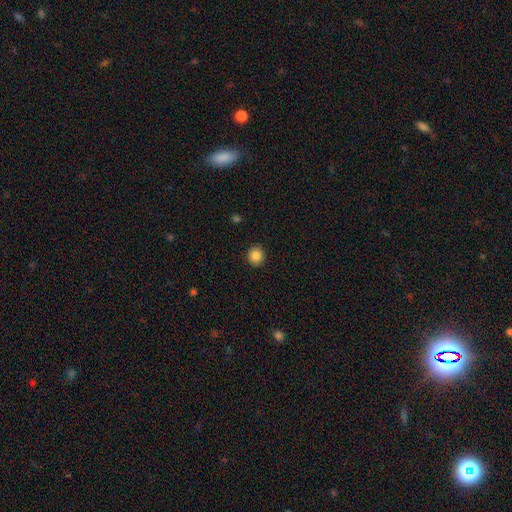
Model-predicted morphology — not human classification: Smooth or featured? Predicted: smooth (p=0.86). How rounded? Predicted: round (p=0.86). Merging? Predicted: none (p=0.92).